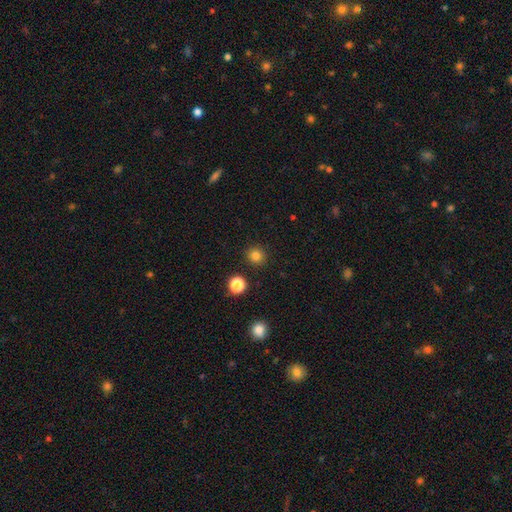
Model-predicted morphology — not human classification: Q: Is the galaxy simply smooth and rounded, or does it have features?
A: smooth — 82%.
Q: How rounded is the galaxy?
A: round — 92%.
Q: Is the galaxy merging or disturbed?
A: none — 91%.